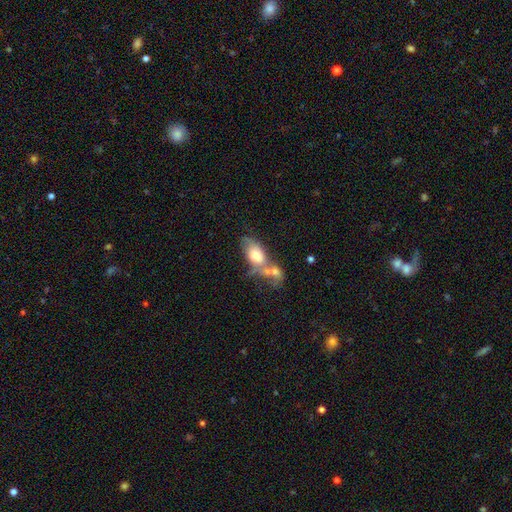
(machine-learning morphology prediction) type=smooth (63%); roundness=in between (85%); merging=merger (65%).